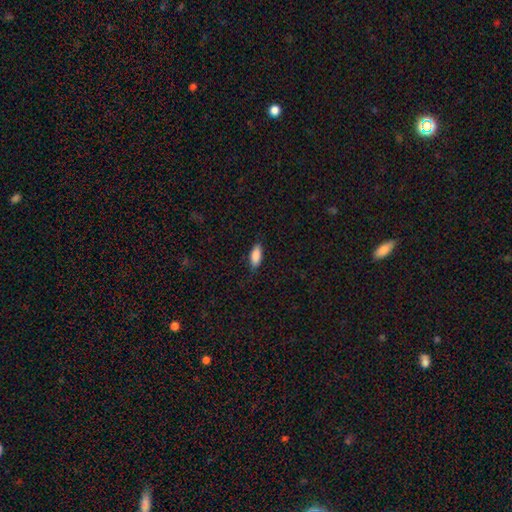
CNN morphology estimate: This is clearly a smooth galaxy (87%). How rounded: clearly in between (81%). Merging: clearly none (83%).